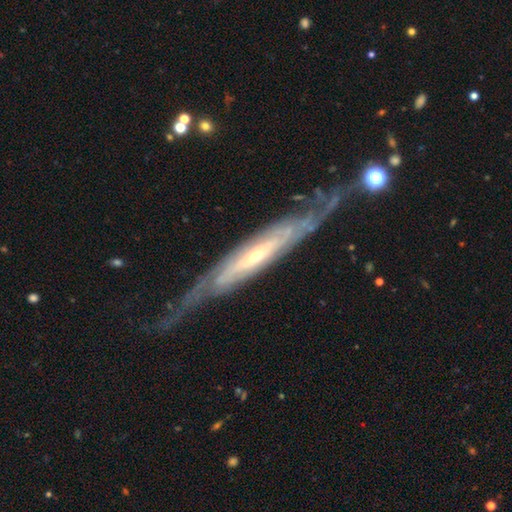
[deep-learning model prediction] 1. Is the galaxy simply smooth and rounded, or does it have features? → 87% featured or disk, 8% smooth, 5% star or artifact.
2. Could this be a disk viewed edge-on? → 56% no, 44% yes.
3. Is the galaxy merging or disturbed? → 66% none, 20% minor disturbance, 12% major disturbance, 2% merger.